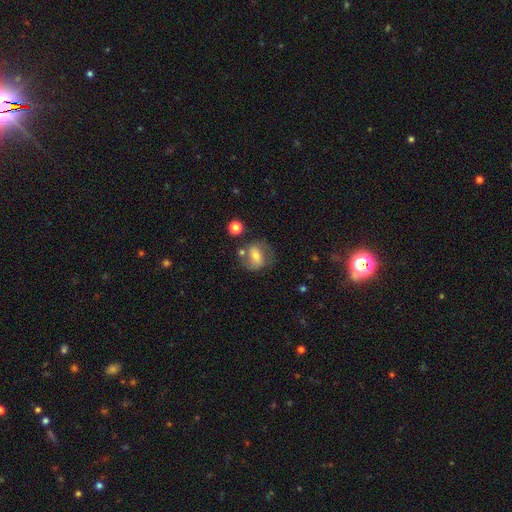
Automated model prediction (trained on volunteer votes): smooth-or-featured: smooth: 48% | featured or disk: 43% | star or artifact: 9%
  merging: none: 56% | minor disturbance: 20% | merger: 13% | major disturbance: 11%